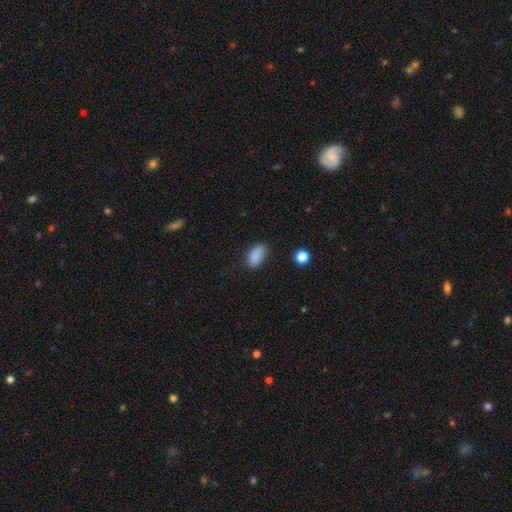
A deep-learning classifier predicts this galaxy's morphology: This is clearly a smooth galaxy (85%). How rounded: clearly in between (90%). Merging: likely none (64%).